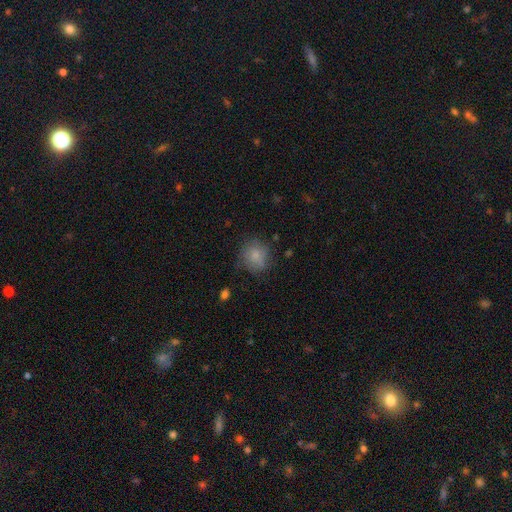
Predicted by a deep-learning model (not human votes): Morphology: type=smooth (80%); roundness=round (85%); merging=none (69%).